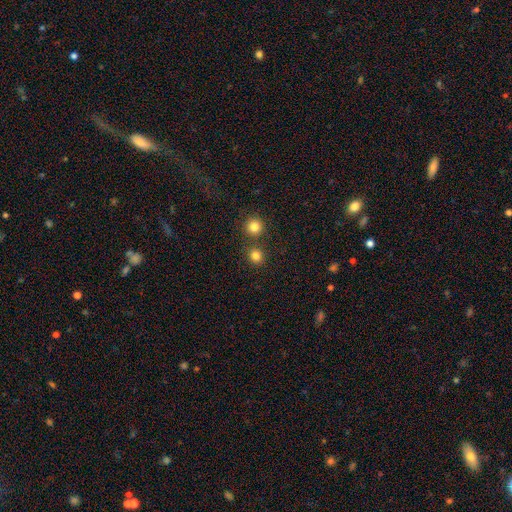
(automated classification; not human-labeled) This appears to be a smooth galaxy with no disk features (81%) that is round (90%). Merging: none (78%).